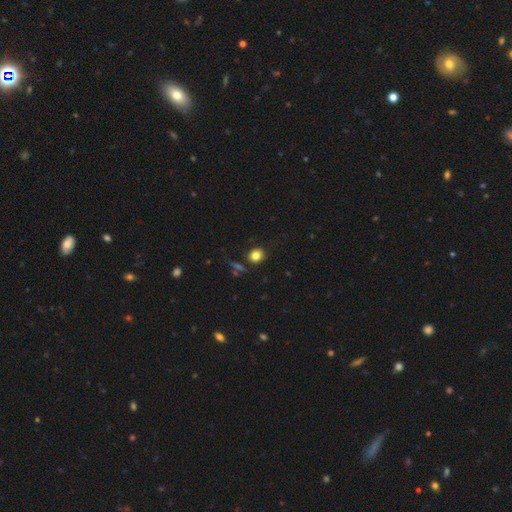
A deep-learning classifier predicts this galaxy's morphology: Smooth or featured? smooth (81%)
How rounded? round (75%)
Merging? none (84%)